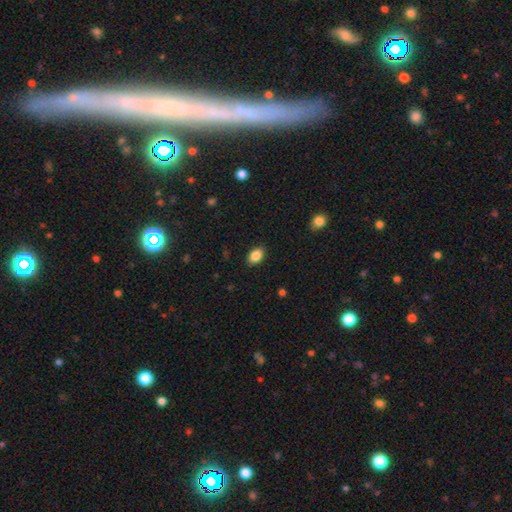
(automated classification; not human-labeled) This is clearly a smooth galaxy (86%). How rounded: clearly in between (85%). Merging: clearly none (87%).